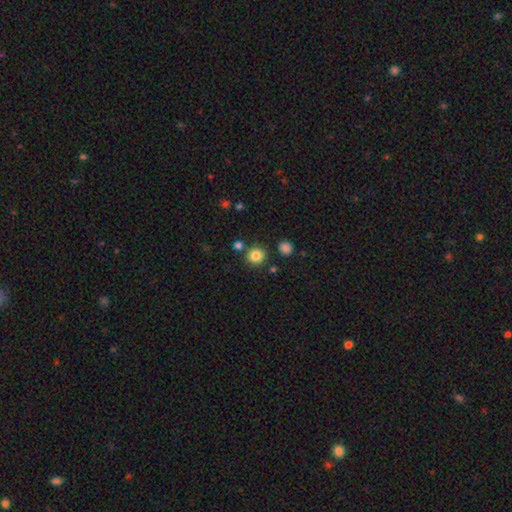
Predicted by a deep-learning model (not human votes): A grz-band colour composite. It shows a smooth galaxy with no disk features (84%) that is round (91%). Merging: none (84%).